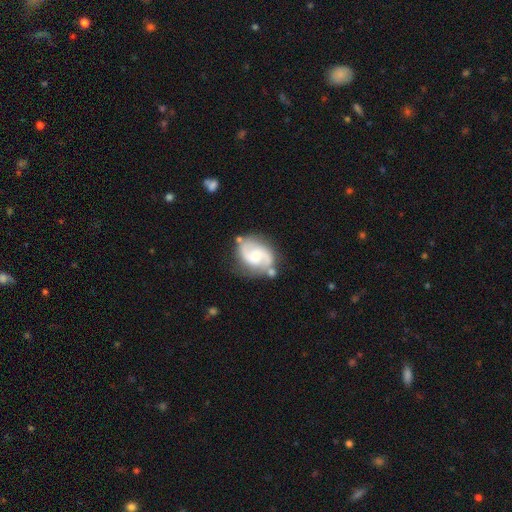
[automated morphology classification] A featured or disk galaxy (84%) with a weak bar (46%), 2 (92%) medium (52%) spiral arms (96%) and a moderate central bulge (47%).

Vote fractions:
- Smooth or featured? featured or disk: 84% / smooth: 11% / star or artifact: 5%
- Edge-on disk? no: 98% / yes: 2%
- Bar? weak: 46% / no: 45% / strong: 10%
- Spiral arms? yes: 96% / no: 4%
- Spiral winding? medium: 52% / loose: 32% / tight: 15%
- Spiral arm count? 2: 92% / can't tell: 3% / 1: 2% / 3: 1% / 4: 1% / more than 4: 1%
- Bulge size? moderate: 47% / small: 37% / none: 8% / large: 7% / dominant: 1%
- Merging? none: 65% / minor disturbance: 18% / merger: 11% / major disturbance: 6%